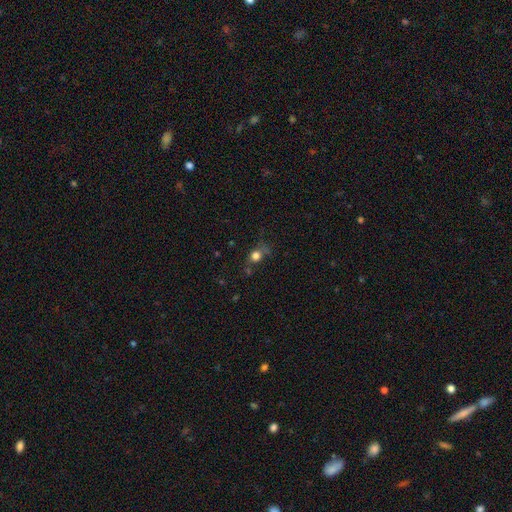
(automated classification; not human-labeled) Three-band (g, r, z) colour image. It shows a smooth galaxy with no disk features (73%) that is round (67%). Merging: none (55%).